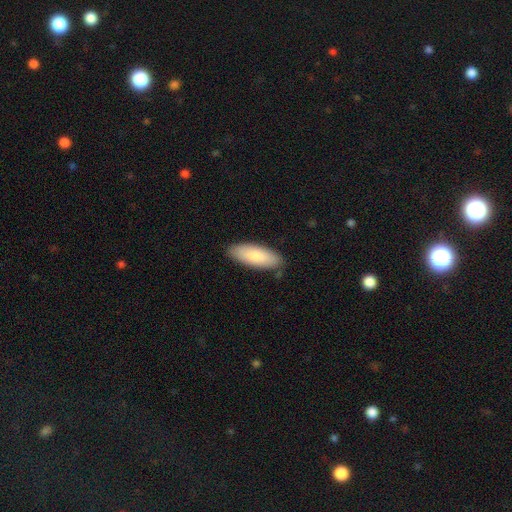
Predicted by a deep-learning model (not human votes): Smooth or featured: smooth — 83% (featured or disk — 12%)
How rounded: in between — 73% (cigar-shaped — 25%)
Merging: none — 85% (minor disturbance — 12%)